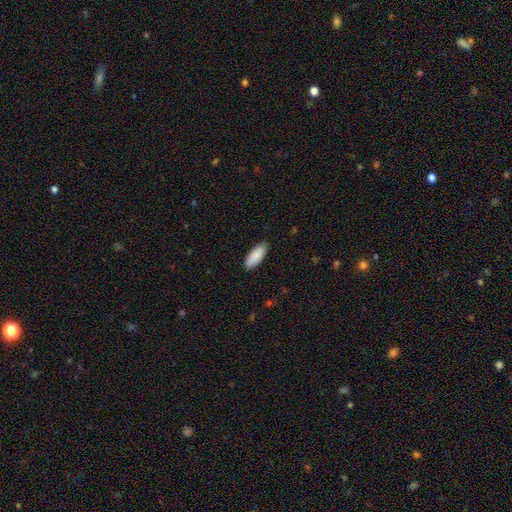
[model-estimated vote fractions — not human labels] Q: Smooth or featured?
A: smooth (88%); runner-up: featured or disk (7%)
Q: How rounded?
A: in between (81%); runner-up: cigar-shaped (17%)
Q: Merging?
A: none (87%); runner-up: minor disturbance (10%)